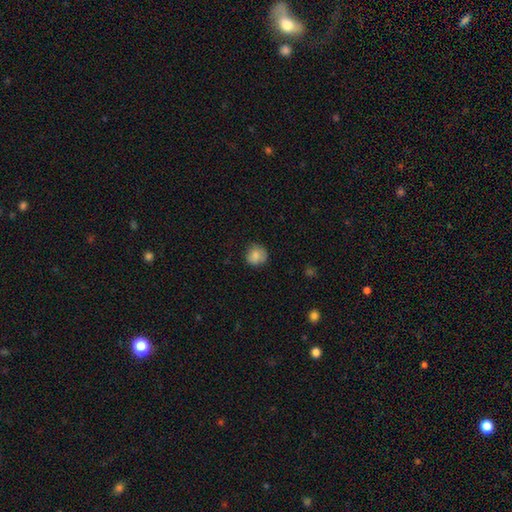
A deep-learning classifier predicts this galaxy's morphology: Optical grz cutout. It shows a smooth galaxy with no disk features (83%) that is round (87%). Merging: none (77%).